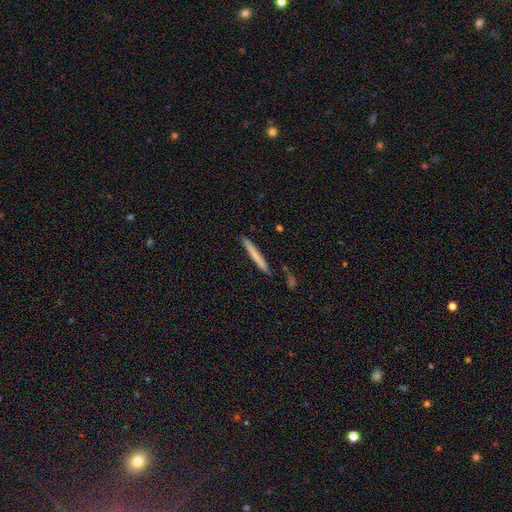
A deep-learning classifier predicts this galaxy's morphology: type=smooth (69%); roundness=cigar-shaped (97%); merging=none (87%).